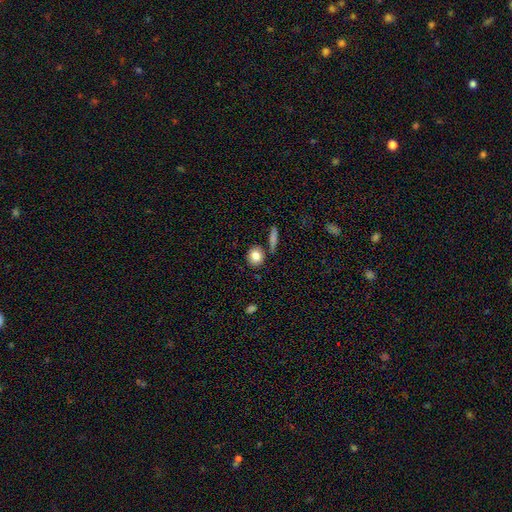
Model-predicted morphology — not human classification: Q: Smooth or featured?
A: smooth (82%); runner-up: featured or disk (9%)
Q: How rounded?
A: round (78%); runner-up: in between (20%)
Q: Merging?
A: none (78%); runner-up: minor disturbance (10%)